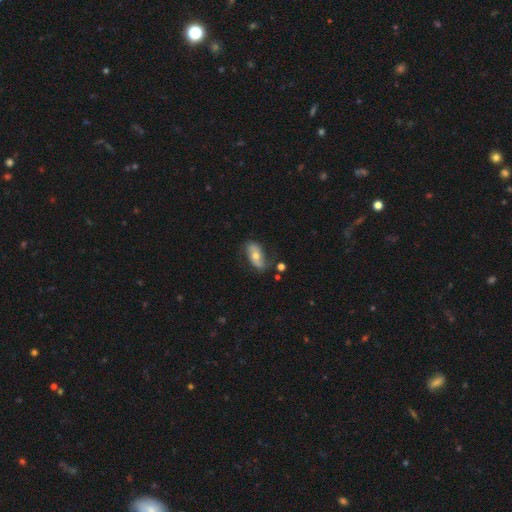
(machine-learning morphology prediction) Q: Smooth or featured?
A: featured or disk (51%); runner-up: smooth (42%)
Q: Edge-on disk?
A: no (87%); runner-up: yes (13%)
Q: Merging?
A: none (66%); runner-up: minor disturbance (23%)